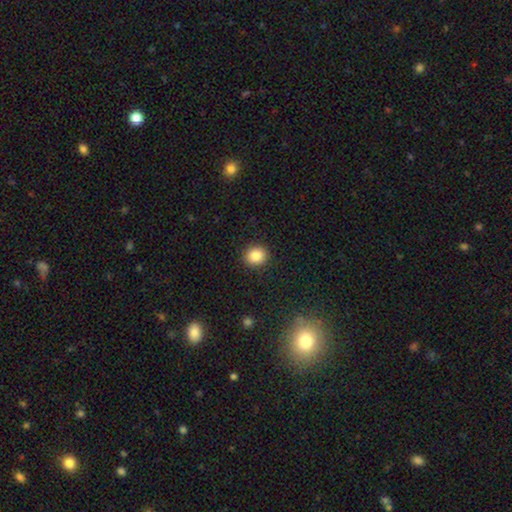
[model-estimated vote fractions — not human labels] smooth_or_featured: smooth (p=0.86) [alt: star or artifact p=0.10]
how_rounded: round (p=0.80) [alt: in between p=0.19]
merging: none (p=0.90) [alt: minor disturbance p=0.06]